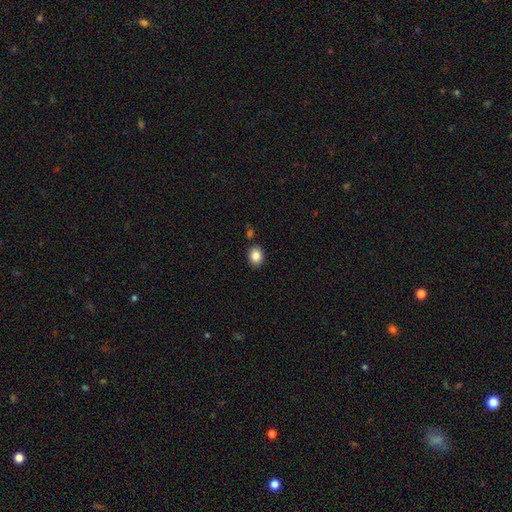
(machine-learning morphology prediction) type=smooth (86%); roundness=in between (51%); merging=none (87%).